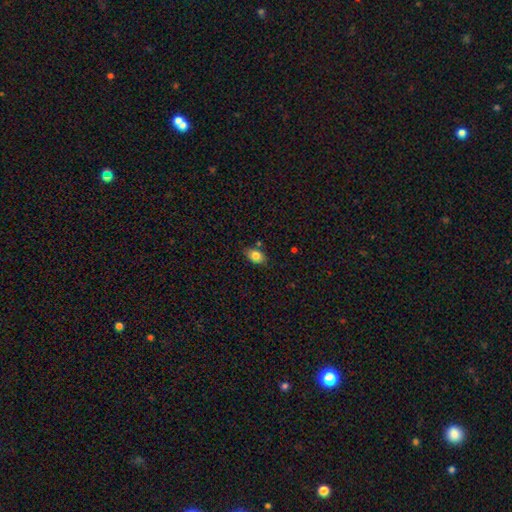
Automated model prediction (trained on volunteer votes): smooth_or_featured: smooth (p=0.83) [alt: featured or disk p=0.09]
how_rounded: in between (p=0.83) [alt: round p=0.15]
merging: none (p=0.78) [alt: minor disturbance p=0.15]